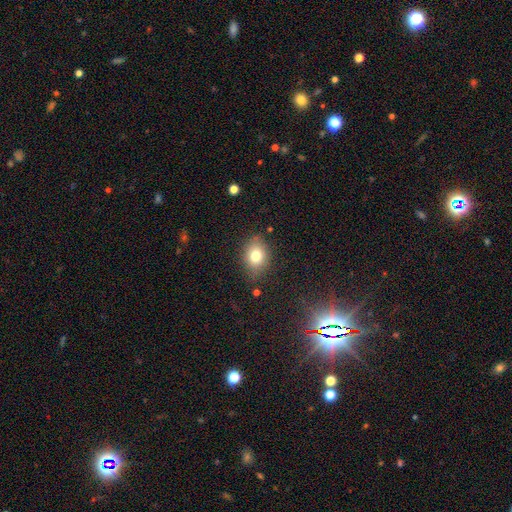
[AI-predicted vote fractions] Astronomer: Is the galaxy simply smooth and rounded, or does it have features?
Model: smooth — 77%.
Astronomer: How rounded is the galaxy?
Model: in between — 60% (runner-up: round, 39%).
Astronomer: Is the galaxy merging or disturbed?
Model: none — 79%.